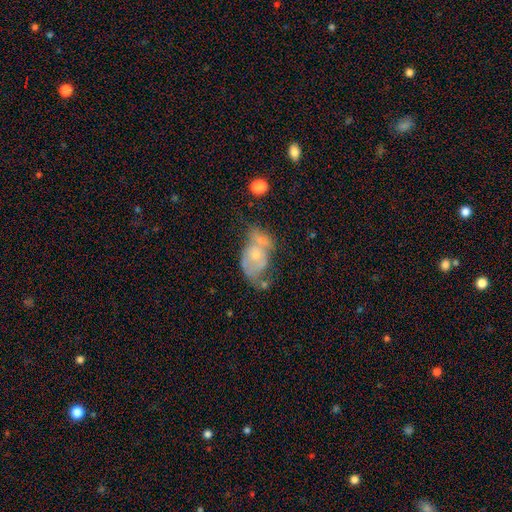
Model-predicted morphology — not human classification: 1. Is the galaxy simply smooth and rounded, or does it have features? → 56% featured or disk, 37% smooth, 8% star or artifact.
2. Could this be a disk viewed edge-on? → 95% no, 5% yes.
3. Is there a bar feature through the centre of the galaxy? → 82% no, 15% weak, 3% strong.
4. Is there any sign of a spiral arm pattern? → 58% no, 42% yes.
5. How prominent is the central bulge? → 52% small, 39% moderate, 5% none, 3% large, 1% dominant.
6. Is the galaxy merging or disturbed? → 38% merger, 23% major disturbance, 20% minor disturbance, 19% none.